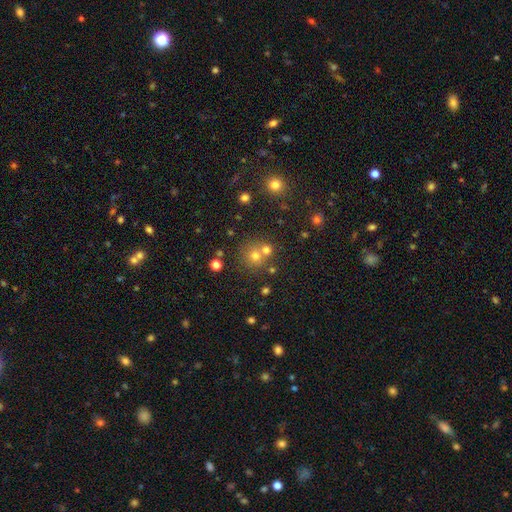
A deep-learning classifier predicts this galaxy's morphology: smooth 64%, star or artifact 24%, featured or disk 12%. Down the decision tree: how rounded — round (90%); merging — none (61%).